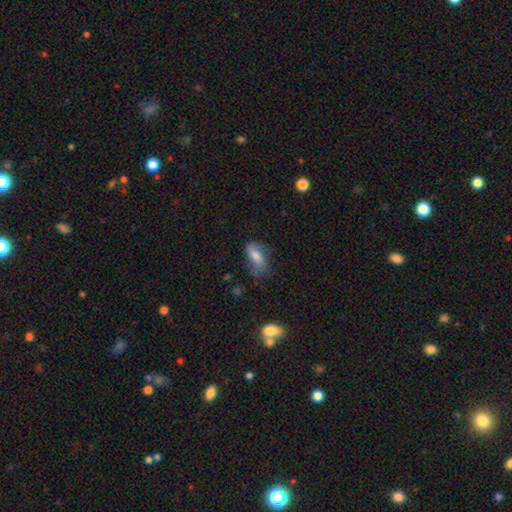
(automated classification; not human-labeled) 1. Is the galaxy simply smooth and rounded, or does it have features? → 65% smooth, 27% featured or disk, 9% star or artifact.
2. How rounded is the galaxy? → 80% in between, 16% cigar-shaped, 4% round.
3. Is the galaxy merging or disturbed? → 49% none, 32% minor disturbance, 17% major disturbance, 3% merger.